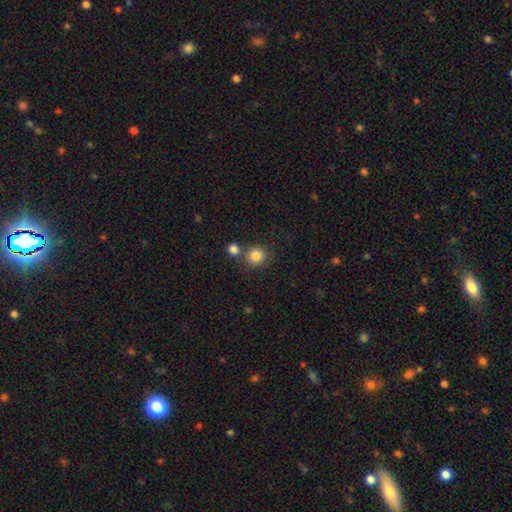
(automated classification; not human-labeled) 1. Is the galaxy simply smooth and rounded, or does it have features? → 85% smooth, 10% star or artifact, 5% featured or disk.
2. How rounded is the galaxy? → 88% round, 11% in between, 1% cigar-shaped.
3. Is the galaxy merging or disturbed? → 67% none, 22% merger, 8% minor disturbance, 3% major disturbance.